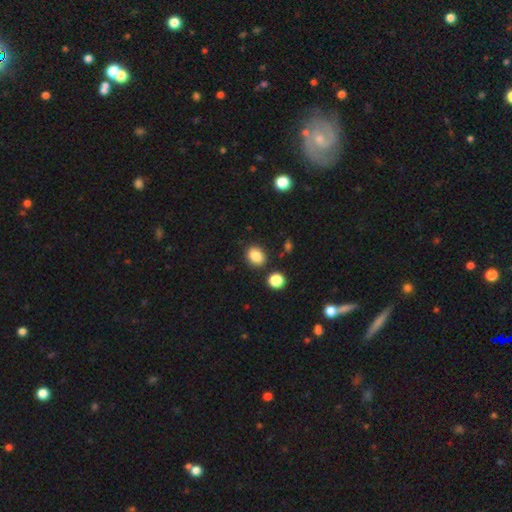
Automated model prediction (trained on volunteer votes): smooth 86%, star or artifact 10%, featured or disk 4%. Down the decision tree: how rounded — in between (57%); merging — none (83%).